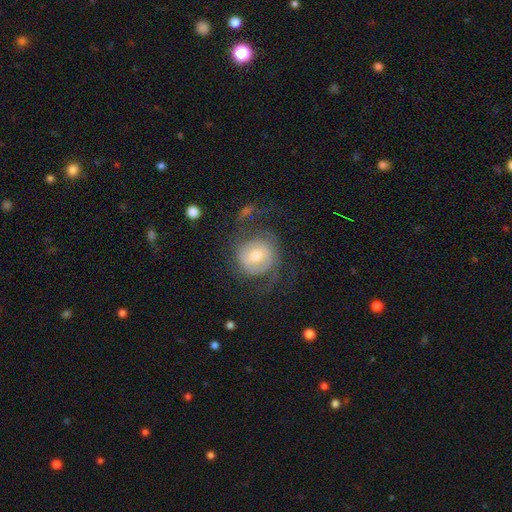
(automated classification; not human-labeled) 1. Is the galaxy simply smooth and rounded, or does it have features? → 63% featured or disk, 29% smooth, 7% star or artifact.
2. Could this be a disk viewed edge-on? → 97% no, 3% yes.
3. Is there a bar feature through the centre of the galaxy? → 47% no, 41% weak, 12% strong.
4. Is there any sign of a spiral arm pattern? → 78% yes, 22% no.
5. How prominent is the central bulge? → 64% moderate, 22% small, 11% large, 2% none, 2% dominant.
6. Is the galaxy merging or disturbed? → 56% none, 26% major disturbance, 16% minor disturbance, 2% merger.